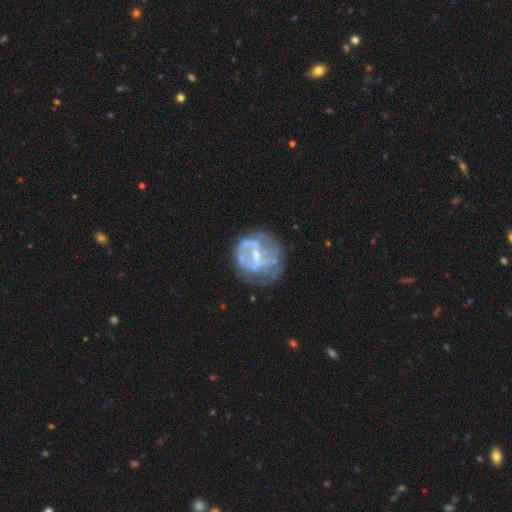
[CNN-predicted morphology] This is likely a featured or disk galaxy (73%). It is clearly not viewed edge-on (98%). Bar: possibly weak (47%). Spiral arm pattern: possibly no (50%, tied with yes). Central bulge: possibly small (51%). Merging: possibly none (56%).